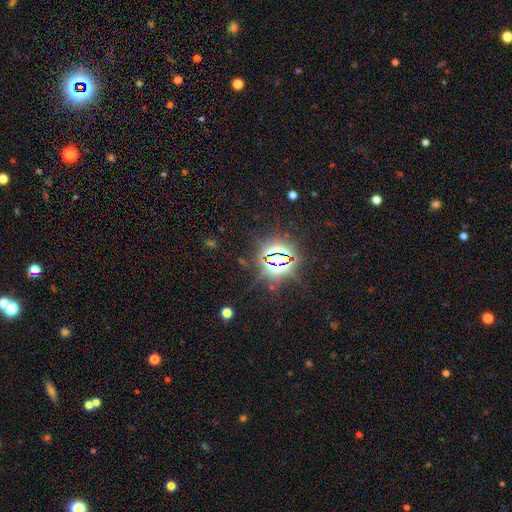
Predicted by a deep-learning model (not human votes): This is clearly a star or artifact rather than a galaxy (84%).